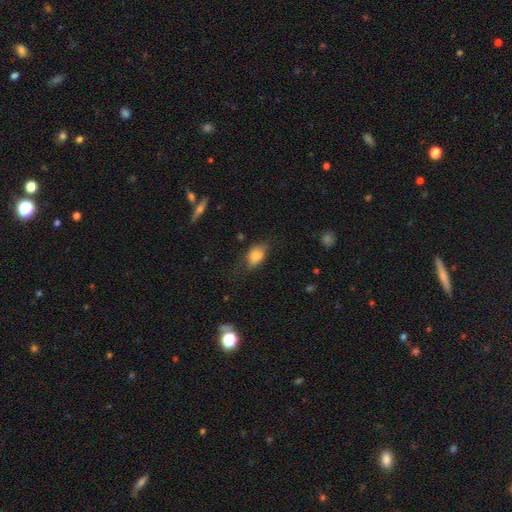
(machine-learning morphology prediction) Overall: smooth (77%). How rounded: in between (83%). Merging: none (58%; minor disturbance 29%).